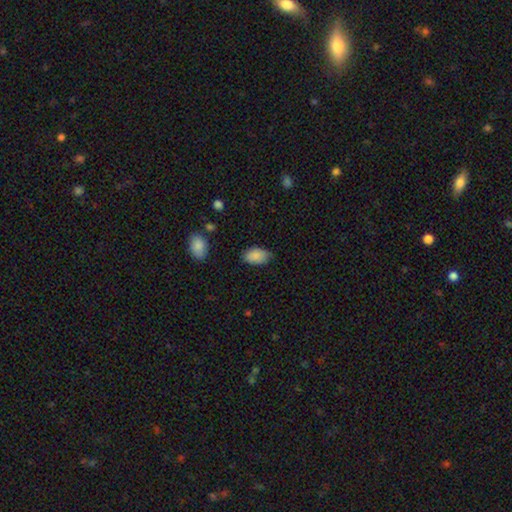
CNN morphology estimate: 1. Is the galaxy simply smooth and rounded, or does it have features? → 88% smooth, 7% star or artifact, 5% featured or disk.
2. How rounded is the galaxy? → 92% in between, 6% round, 2% cigar-shaped.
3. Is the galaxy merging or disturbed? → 73% none, 22% minor disturbance, 4% major disturbance, 2% merger.